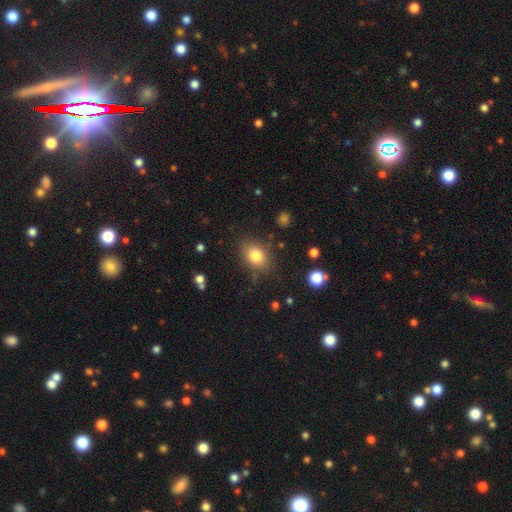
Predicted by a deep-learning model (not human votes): This appears to be a smooth galaxy with no disk features (81%) that is in between round and cigar-shaped (68%). Merging: none (79%).